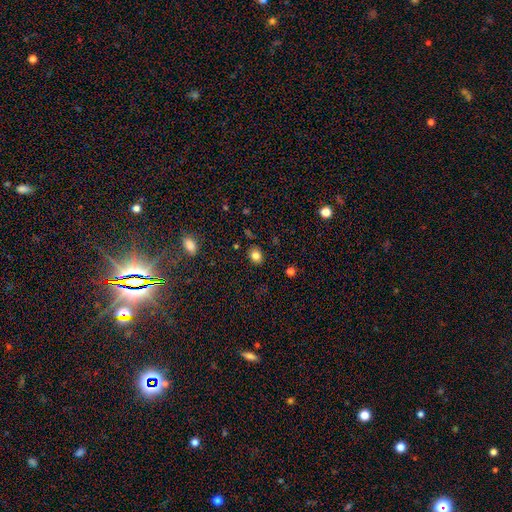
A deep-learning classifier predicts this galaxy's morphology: smooth_or_featured: smooth (p=0.82) [alt: star or artifact p=0.11]
how_rounded: round (p=0.51) [alt: in between p=0.48]
merging: none (p=0.85) [alt: minor disturbance p=0.11]